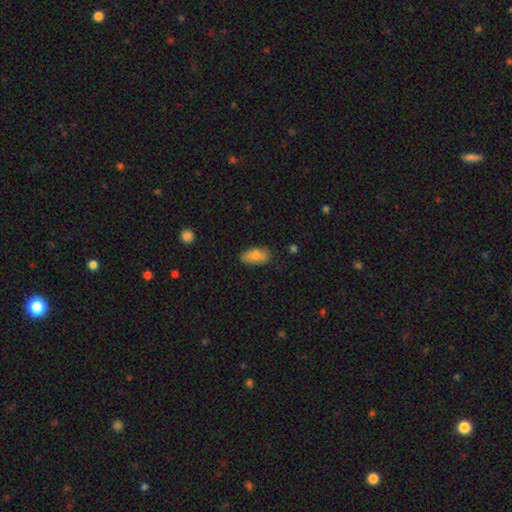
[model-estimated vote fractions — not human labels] smooth 81%, featured or disk 12%, star or artifact 7%. Down the decision tree: how rounded — in between (90%); merging — none (73%).